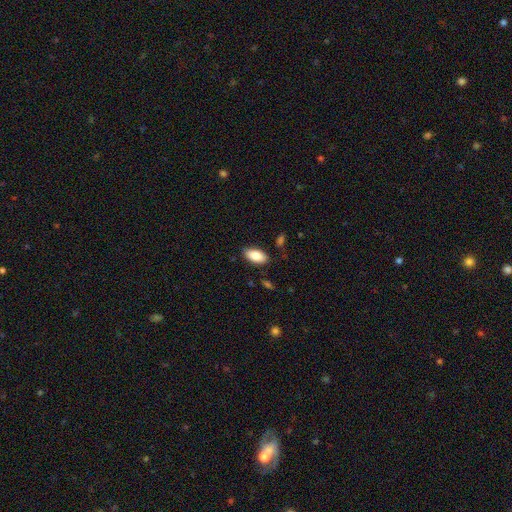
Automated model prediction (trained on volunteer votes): smooth-or-featured: smooth: 85% | featured or disk: 9% | star or artifact: 7%
  how-rounded: in between: 93% | cigar-shaped: 5% | round: 2%
  merging: none: 86% | minor disturbance: 10% | major disturbance: 2% | merger: 2%